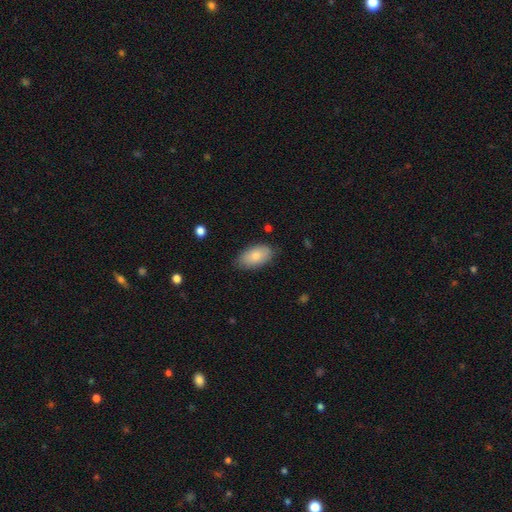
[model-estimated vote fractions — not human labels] smooth 81%, featured or disk 13%, star or artifact 6%. Down the decision tree: how rounded — in between (94%); merging — none (80%).